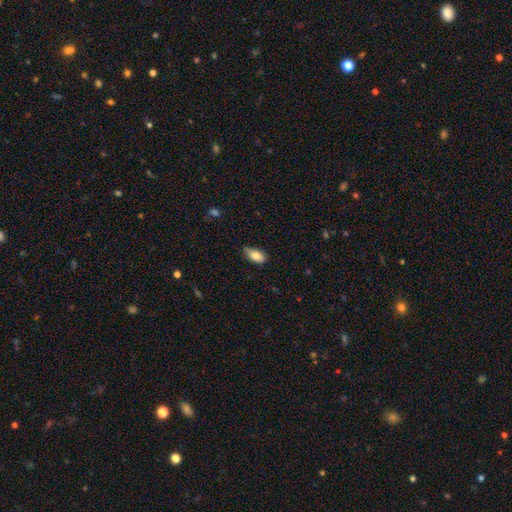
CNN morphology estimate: smooth-or-featured: smooth: 78% | featured or disk: 14% | star or artifact: 7%
  how-rounded: in between: 91% | cigar-shaped: 6% | round: 4%
  merging: none: 67% | minor disturbance: 28% | major disturbance: 4% | merger: 2%